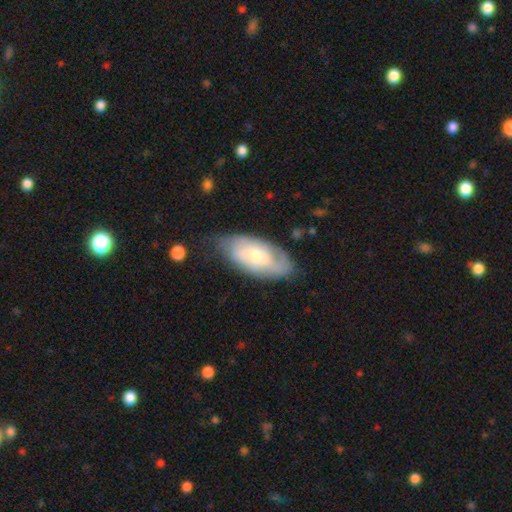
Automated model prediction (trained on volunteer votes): A featured or disk galaxy (54%).

Vote fractions:
- Smooth or featured? featured or disk: 54% / smooth: 40% / star or artifact: 6%
- Edge-on disk? no: 90% / yes: 10%
- Merging? none: 65% / minor disturbance: 27% / major disturbance: 7% / merger: 2%